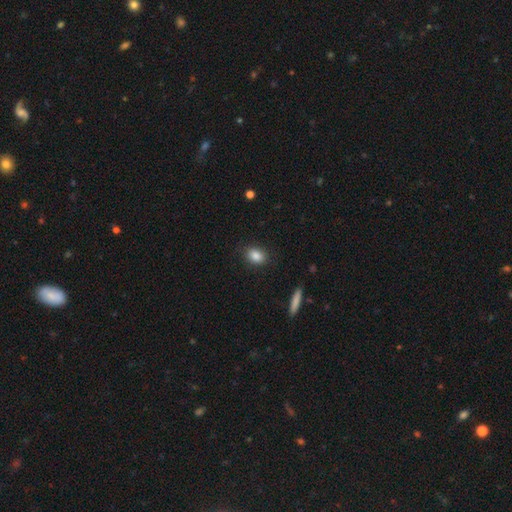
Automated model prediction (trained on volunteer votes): This appears to be a smooth galaxy with no disk features (86%) that is in between round and cigar-shaped (70%). Merging: none (87%).